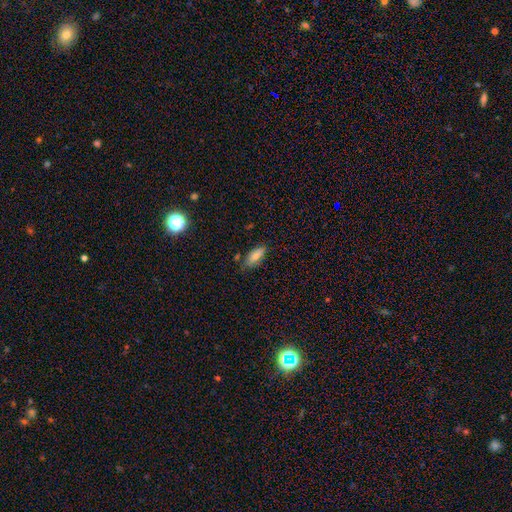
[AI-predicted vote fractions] Smooth or featured? Predicted: smooth (p=0.80). How rounded? Predicted: in between (p=0.80). Merging? Predicted: none (p=0.70).